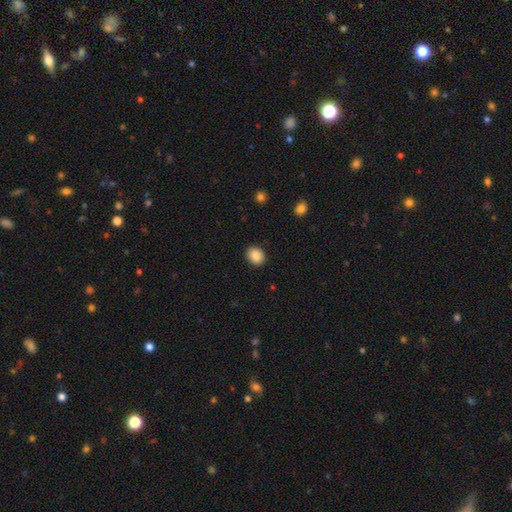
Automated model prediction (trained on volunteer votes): Smooth or featured? smooth (88%)
How rounded? round (60%)
Merging? none (90%)